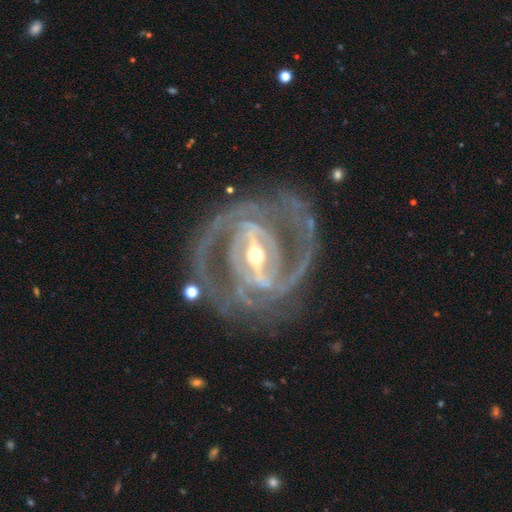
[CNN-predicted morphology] Smooth or featured?
  - featured or disk: 93% *
  - star or artifact: 4%
  - smooth: 3%
Edge-on disk?
  - no: 96% *
  - yes: 4%
Bar?
  - strong: 76% *
  - weak: 19%
  - no: 5%
Spiral arms?
  - yes: 98% *
  - no: 2%
Spiral winding?
  - tight: 55% *
  - medium: 39%
  - loose: 5%
Spiral arm count?
  - 2: 68% *
  - 3: 16%
  - can't tell: 6%
  - 4: 4%
  - 1: 3%
  - more than 4: 3%
Bulge size?
  - moderate: 51% *
  - small: 43%
  - large: 4%
  - none: 1%
  - dominant: 1%
Merging?
  - none: 74% *
  - minor disturbance: 15%
  - major disturbance: 9%
  - merger: 2%